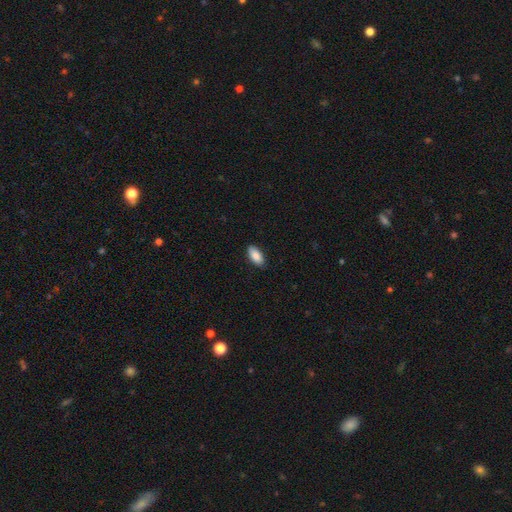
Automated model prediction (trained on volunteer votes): smooth 87%, star or artifact 6%, featured or disk 6%. Down the decision tree: how rounded — in between (91%); merging — none (88%).